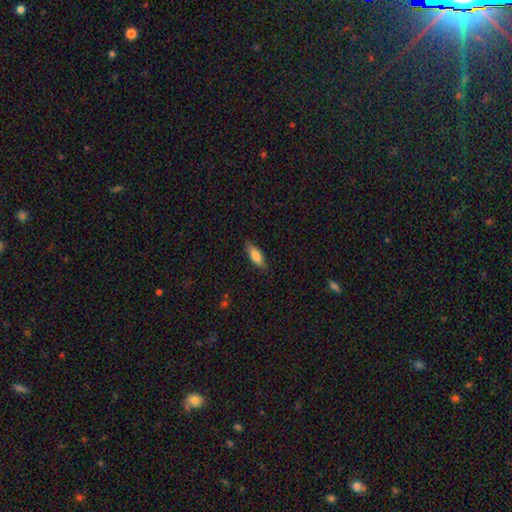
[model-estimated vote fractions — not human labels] Smooth or featured?
  - smooth: 82% *
  - featured or disk: 12%
  - star or artifact: 6%
How rounded?
  - in between: 68% *
  - cigar-shaped: 30%
  - round: 2%
Merging?
  - none: 84% *
  - minor disturbance: 13%
  - major disturbance: 3%
  - merger: 1%